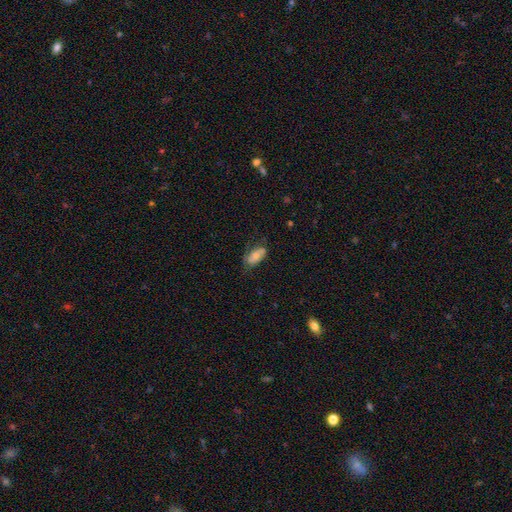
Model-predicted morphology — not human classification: Smooth or featured? Predicted: smooth (p=0.61). How rounded? Predicted: in between (p=0.89). Merging? Predicted: none (p=0.58).